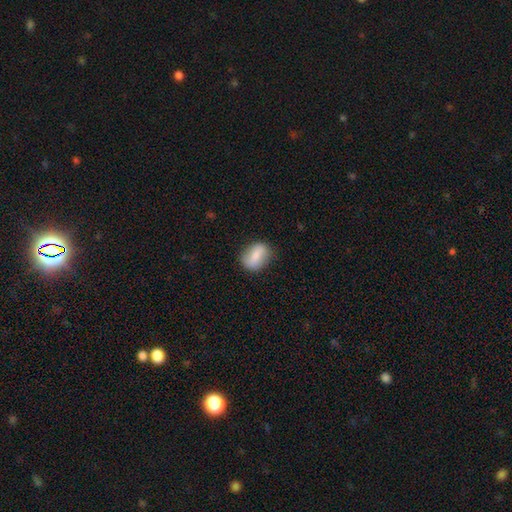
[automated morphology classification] Smooth or featured?
  - smooth: 70% *
  - featured or disk: 23%
  - star or artifact: 7%
How rounded?
  - in between: 69% *
  - round: 29%
  - cigar-shaped: 3%
Merging?
  - none: 79% *
  - minor disturbance: 15%
  - major disturbance: 4%
  - merger: 1%